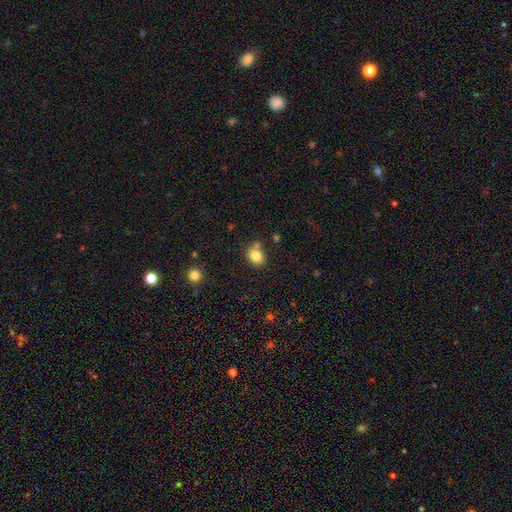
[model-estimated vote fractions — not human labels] Q: Smooth or featured?
A: smooth (83%); runner-up: star or artifact (10%)
Q: How rounded?
A: in between (57%); runner-up: round (42%)
Q: Merging?
A: none (68%); runner-up: merger (14%)